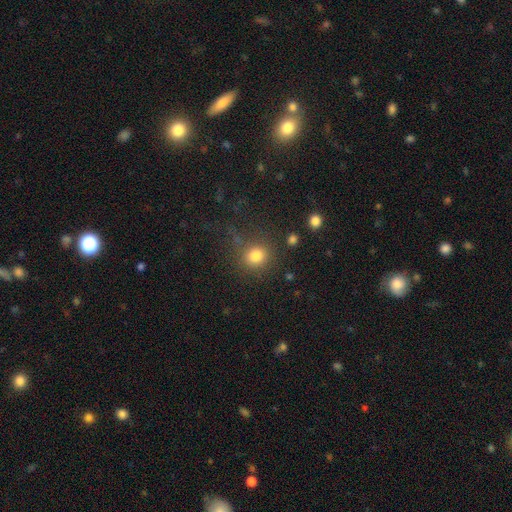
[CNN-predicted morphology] Smooth or featured: smooth — 81% (star or artifact — 13%)
How rounded: round — 86% (in between — 13%)
Merging: none — 75% (minor disturbance — 12%)